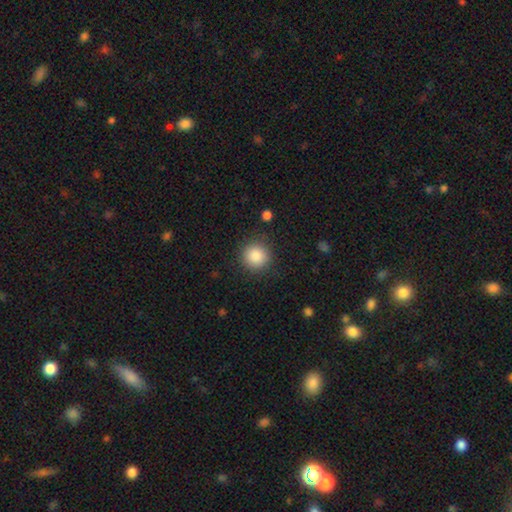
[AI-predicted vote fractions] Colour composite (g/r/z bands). It shows a smooth galaxy with no disk features (87%) that is round (93%). Merging: none (87%).